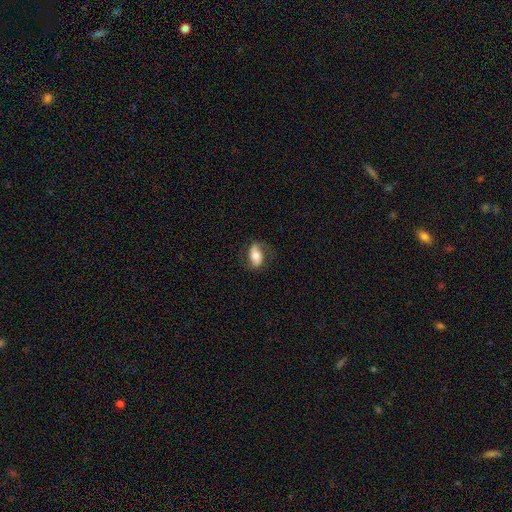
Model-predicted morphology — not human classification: Q: Smooth or featured?
A: smooth (52%); runner-up: featured or disk (40%)
Q: How rounded?
A: in between (86%); runner-up: round (8%)
Q: Merging?
A: none (69%); runner-up: minor disturbance (20%)